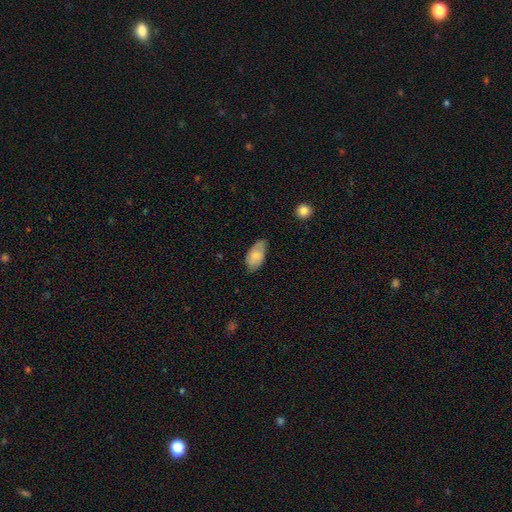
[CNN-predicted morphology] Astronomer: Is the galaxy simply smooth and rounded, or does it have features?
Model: smooth — 77%.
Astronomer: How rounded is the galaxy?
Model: in between — 94%.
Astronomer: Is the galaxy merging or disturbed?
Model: none — 67%.